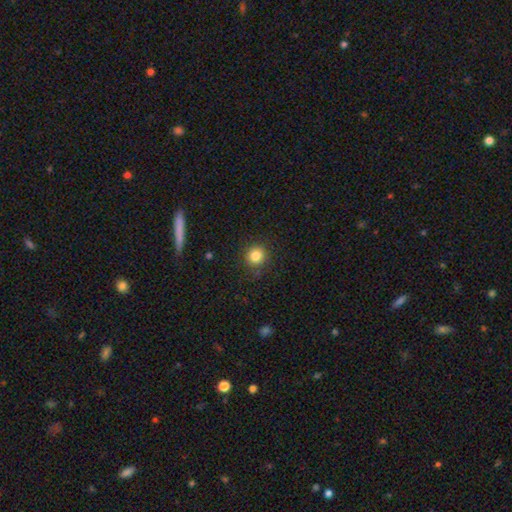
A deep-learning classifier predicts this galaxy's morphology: smooth_or_featured: smooth (p=0.83) [alt: star or artifact p=0.12]
how_rounded: round (p=0.90) [alt: in between p=0.09]
merging: none (p=0.87) [alt: minor disturbance p=0.09]